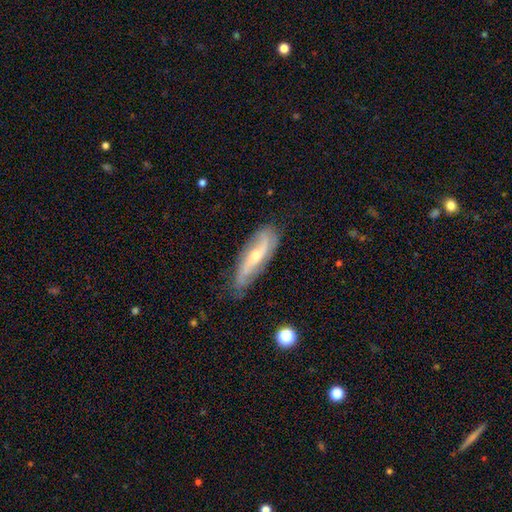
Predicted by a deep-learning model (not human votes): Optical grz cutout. It shows a featured or disk galaxy (79%) with no bar (45%), 2 (84%) loose (52%) spiral arms (93%) and a small central bulge (55%). Merging: none (73%).